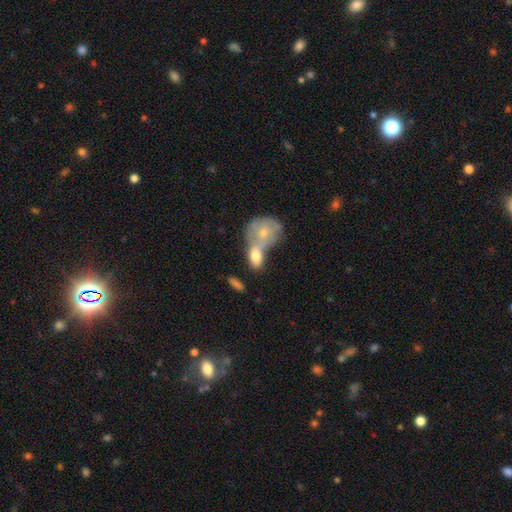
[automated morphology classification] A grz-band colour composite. It shows a smooth galaxy with no disk features (68%) that is in between round and cigar-shaped (75%). Merging: merger (65%).